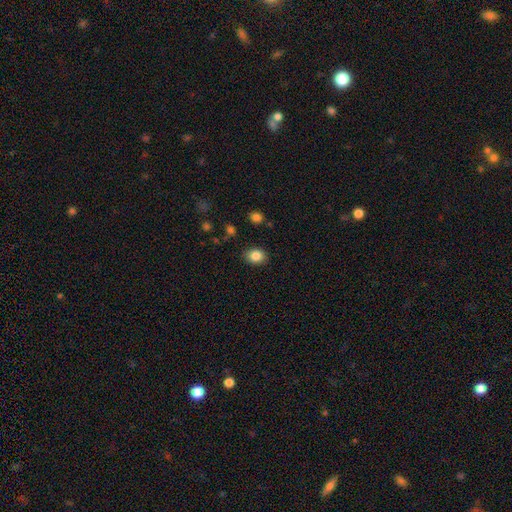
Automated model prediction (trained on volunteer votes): A smooth galaxy with no disk features (85%) that is in between round and cigar-shaped (54%). Merging: none (87%).